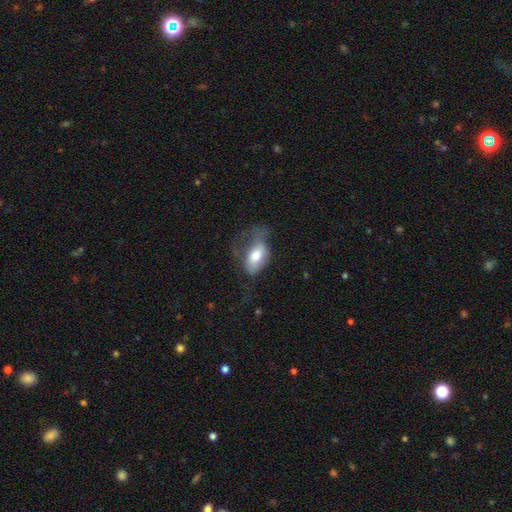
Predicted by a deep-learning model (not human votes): A smooth galaxy with no disk features (70%) that is in between round and cigar-shaped (90%). Merging: major disturbance (40%).